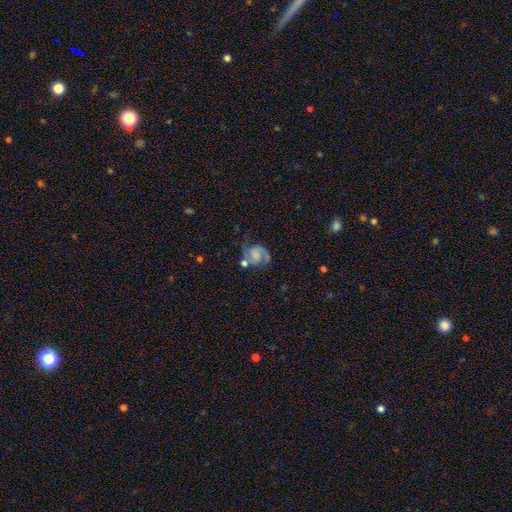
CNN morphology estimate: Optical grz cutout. It shows a featured or disk galaxy (64%) with no bar (63%), 2 (76%) medium (48%) spiral arms (89%) and a small central bulge (30%, tied with moderate). Merging: none (45%).